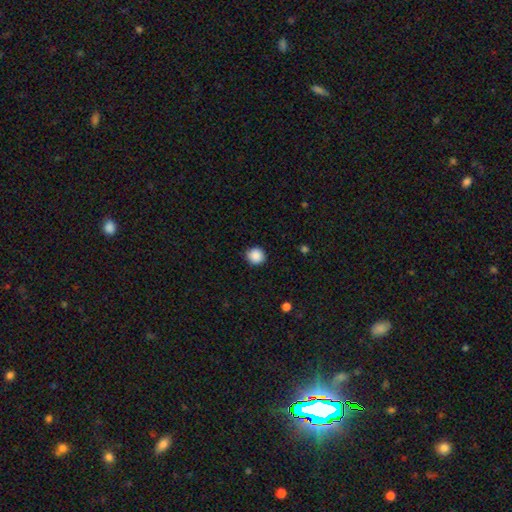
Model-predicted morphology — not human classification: A smooth galaxy with no disk features (88%) that is round (92%).

Vote fractions:
- Smooth or featured? smooth: 88% / star or artifact: 9% / featured or disk: 3%
- How rounded? round: 92% / in between: 7% / cigar-shaped: 1%
- Merging? none: 89% / minor disturbance: 8% / major disturbance: 2% / merger: 1%